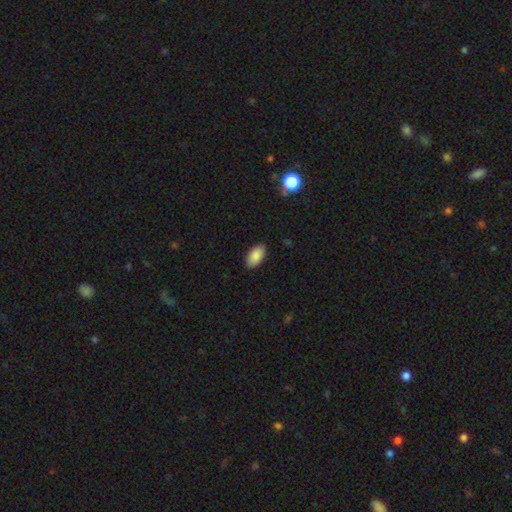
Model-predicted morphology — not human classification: Overall: smooth (88%). How rounded: in between (95%). Merging: none (88%).